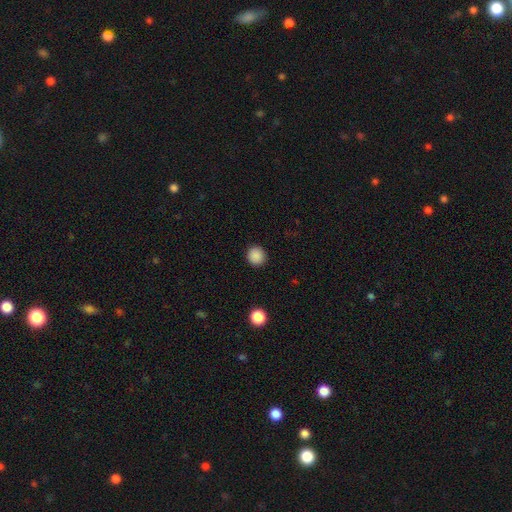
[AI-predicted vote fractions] The model was most divided on "smooth or featured": smooth: 88%, star or artifact: 10%, featured or disk: 2%. More confident: how rounded — round (93%); merging — none (92%).